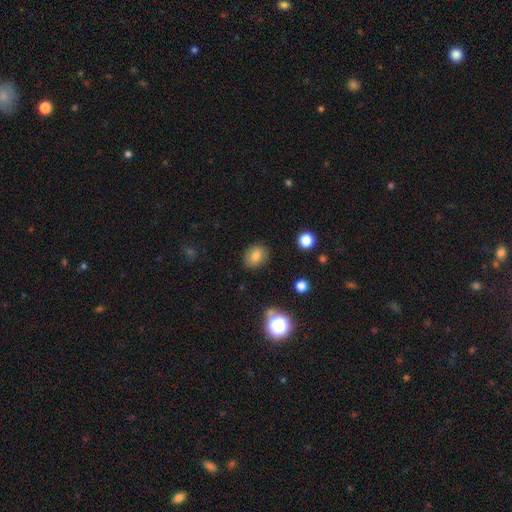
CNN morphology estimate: The model was most divided on "how rounded": round: 56%, in between: 43%, cigar-shaped: 1%. More confident: merging — none (85%); smooth or featured — smooth (78%).